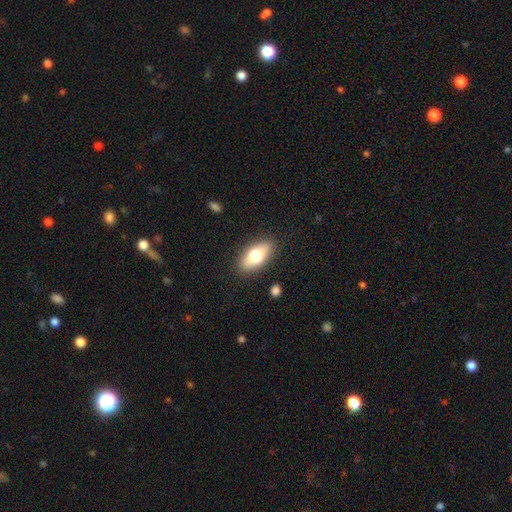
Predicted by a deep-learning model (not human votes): A smooth galaxy with no disk features (71%) that is in between round and cigar-shaped (86%).

Vote fractions:
- Smooth or featured? smooth: 71% / featured or disk: 22% / star or artifact: 7%
- How rounded? in between: 86% / cigar-shaped: 10% / round: 5%
- Merging? none: 87% / minor disturbance: 9% / major disturbance: 2% / merger: 1%